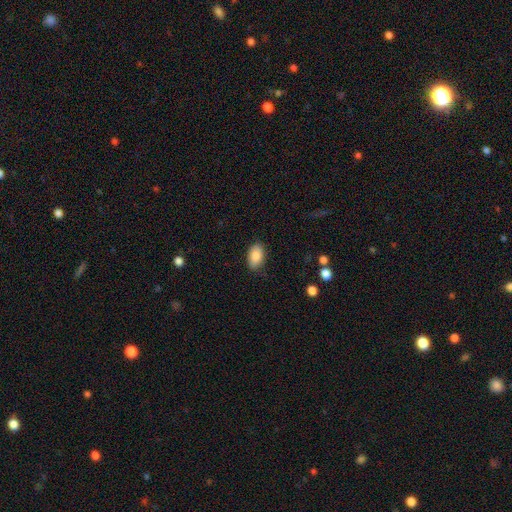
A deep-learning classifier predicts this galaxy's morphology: Smooth or featured: smooth — 87% (star or artifact — 7%)
How rounded: in between — 92% (round — 6%)
Merging: none — 85% (minor disturbance — 12%)